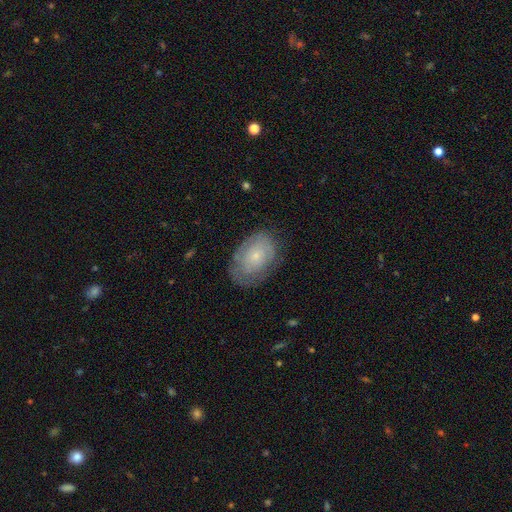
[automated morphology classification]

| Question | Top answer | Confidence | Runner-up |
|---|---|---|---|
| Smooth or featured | smooth | 50% | featured or disk (43%) |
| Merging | none | 68% | minor disturbance (22%) |